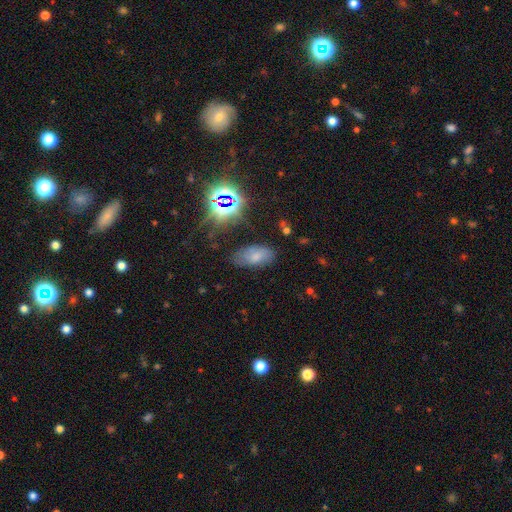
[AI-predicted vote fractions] Morphology: type=smooth (65%); roundness=in between (92%); merging=none (70%).